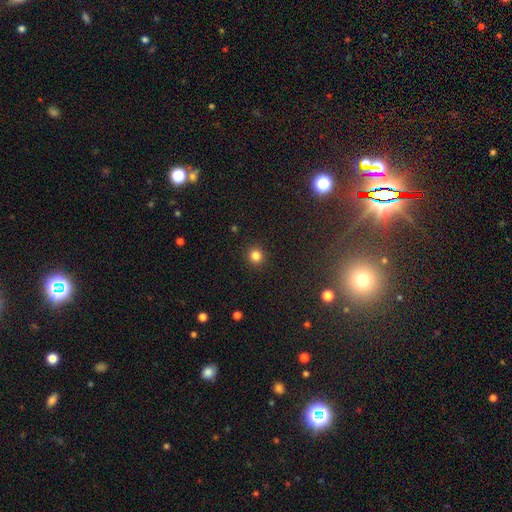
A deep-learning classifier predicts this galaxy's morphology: smooth-or-featured: smooth: 82% | star or artifact: 13% | featured or disk: 5%
  how-rounded: round: 93% | in between: 6% | cigar-shaped: 1%
  merging: none: 92% | minor disturbance: 5% | major disturbance: 2% | merger: 1%